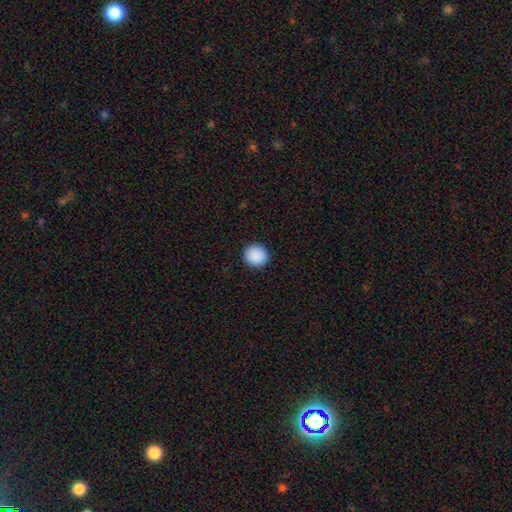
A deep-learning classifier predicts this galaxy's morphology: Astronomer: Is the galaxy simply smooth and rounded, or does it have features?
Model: smooth — 90%.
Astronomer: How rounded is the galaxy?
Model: round — 89%.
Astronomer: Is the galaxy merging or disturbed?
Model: none — 92%.